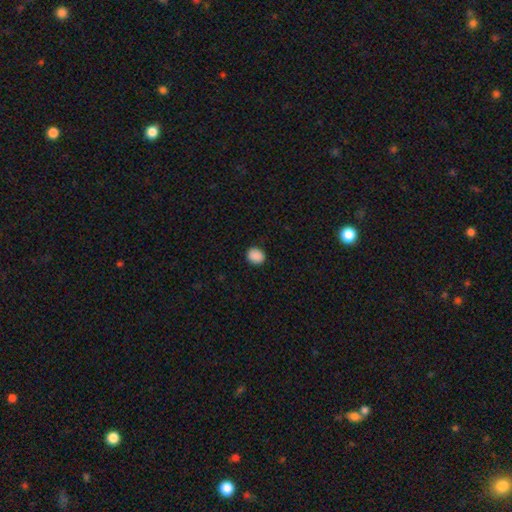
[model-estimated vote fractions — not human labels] smooth-or-featured: smooth: 90% | star or artifact: 8% | featured or disk: 2%
  how-rounded: round: 66% | in between: 33% | cigar-shaped: 1%
  merging: none: 90% | minor disturbance: 7% | major disturbance: 2% | merger: 1%